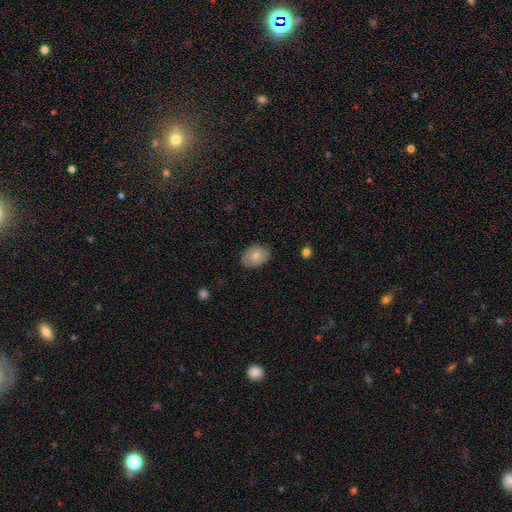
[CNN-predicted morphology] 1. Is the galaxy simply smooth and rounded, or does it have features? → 78% smooth, 15% featured or disk, 7% star or artifact.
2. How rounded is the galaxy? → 73% in between, 26% round, 1% cigar-shaped.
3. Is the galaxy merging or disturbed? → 80% none, 16% minor disturbance, 3% major disturbance, 1% merger.